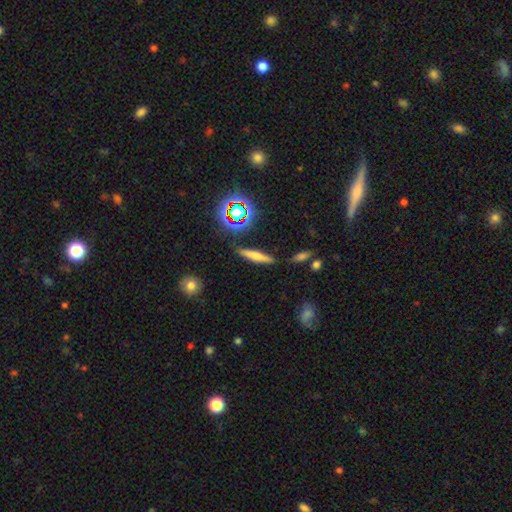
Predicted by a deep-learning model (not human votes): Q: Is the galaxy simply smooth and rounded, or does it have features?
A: smooth — 59%.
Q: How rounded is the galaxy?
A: cigar-shaped — 82%.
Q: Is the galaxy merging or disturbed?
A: none — 82%.